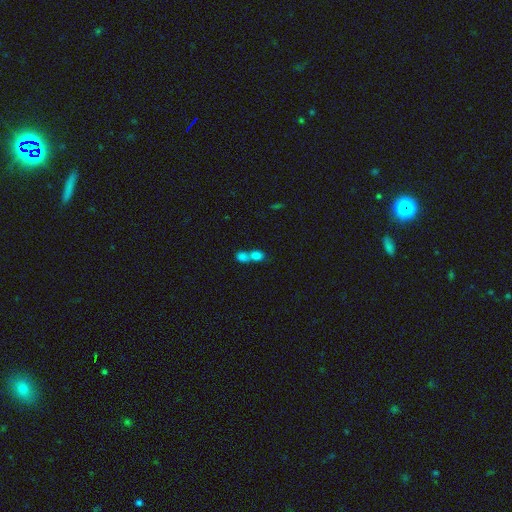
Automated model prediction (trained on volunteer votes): smooth_or_featured: smooth (p=0.79) [alt: featured or disk p=0.10]
how_rounded: in between (p=0.49) [alt: round p=0.48]
merging: merger (p=0.72) [alt: none p=0.20]